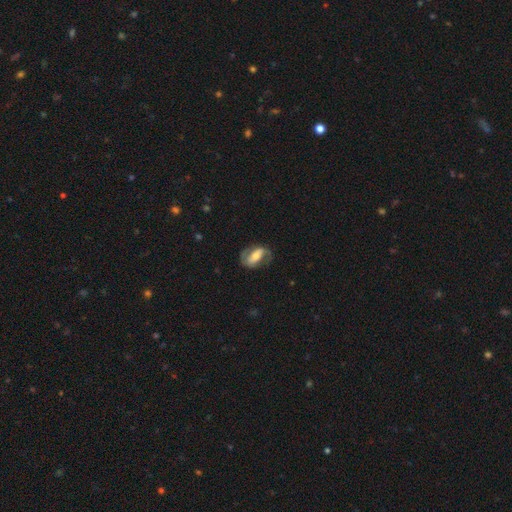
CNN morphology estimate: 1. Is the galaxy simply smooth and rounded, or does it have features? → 75% featured or disk, 19% smooth, 6% star or artifact.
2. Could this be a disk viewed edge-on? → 95% no, 5% yes.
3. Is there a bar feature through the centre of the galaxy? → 46% strong, 33% weak, 21% no.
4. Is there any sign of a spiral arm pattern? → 88% yes, 12% no.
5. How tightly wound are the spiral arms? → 46% medium, 31% loose, 23% tight.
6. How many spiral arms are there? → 88% 2, 5% can't tell, 5% 1, 1% 3, 1% 4, 1% more than 4.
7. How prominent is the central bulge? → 55% moderate, 27% small, 13% large, 3% none, 2% dominant.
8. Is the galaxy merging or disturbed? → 74% none, 16% minor disturbance, 9% major disturbance, 1% merger.